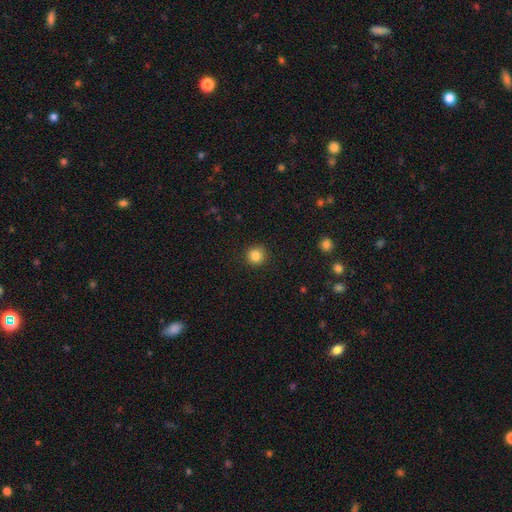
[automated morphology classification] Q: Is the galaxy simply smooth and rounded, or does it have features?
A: smooth — 84%.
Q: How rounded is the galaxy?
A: round — 94%.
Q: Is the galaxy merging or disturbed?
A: none — 91%.